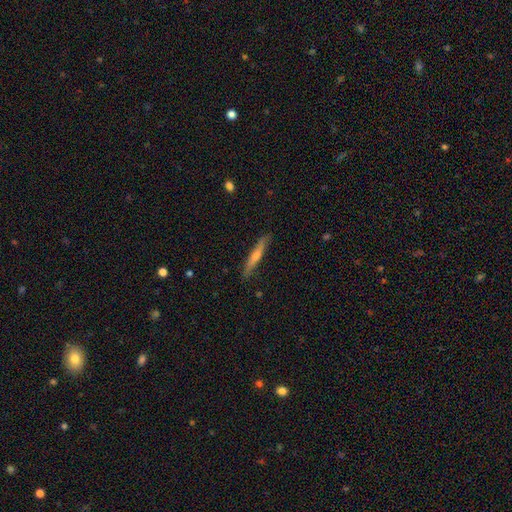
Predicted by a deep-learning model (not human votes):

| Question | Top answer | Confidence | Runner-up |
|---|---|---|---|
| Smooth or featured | featured or disk | 55% | smooth (39%) |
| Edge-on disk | yes | 96% | no (4%) |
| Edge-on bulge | rounded | 74% | none (20%) |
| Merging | none | 87% | minor disturbance (10%) |